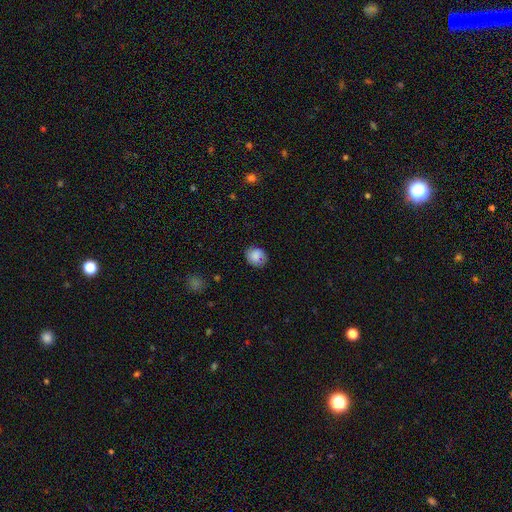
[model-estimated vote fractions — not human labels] Morphology: type=smooth (75%); roundness=round (71%); merging=none (78%).